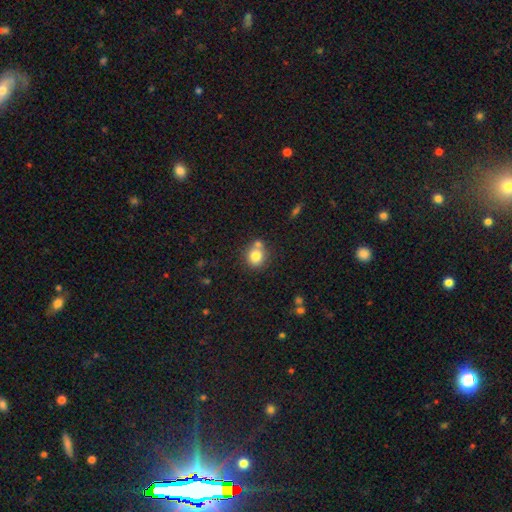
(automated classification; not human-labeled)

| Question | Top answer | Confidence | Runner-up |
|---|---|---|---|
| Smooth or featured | smooth | 80% | star or artifact (10%) |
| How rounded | round | 83% | in between (16%) |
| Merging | none | 58% | merger (28%) |